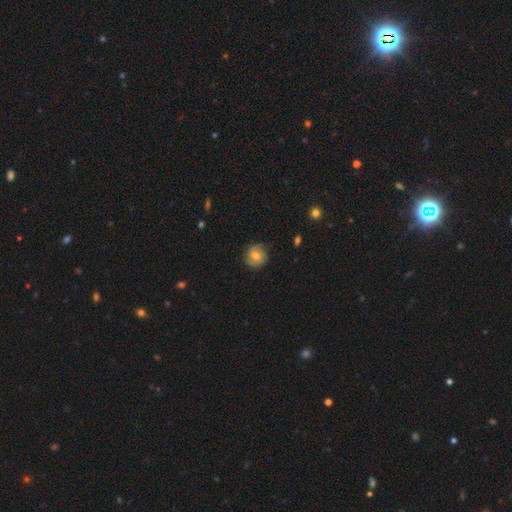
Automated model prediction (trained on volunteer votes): This appears to be a smooth galaxy with no disk features (51%) that is round (89%). Merging: none (81%).